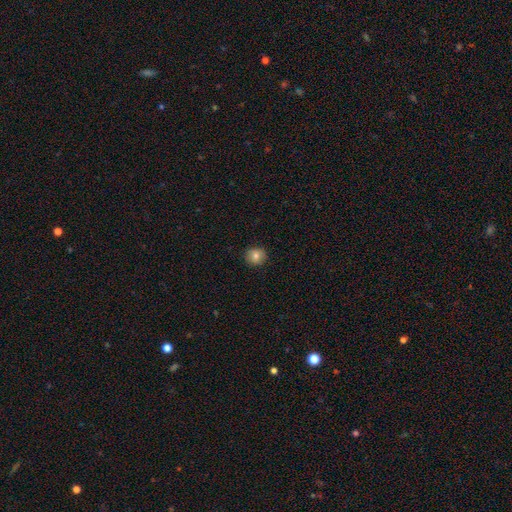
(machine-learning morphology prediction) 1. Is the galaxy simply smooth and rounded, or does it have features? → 81% smooth, 10% star or artifact, 9% featured or disk.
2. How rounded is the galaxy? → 90% round, 9% in between, 1% cigar-shaped.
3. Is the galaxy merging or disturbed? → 90% none, 7% minor disturbance, 2% major disturbance, 1% merger.